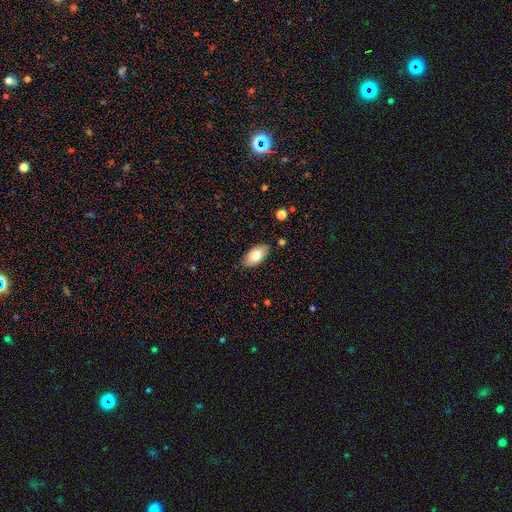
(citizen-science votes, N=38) Smooth or featured? 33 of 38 (87%) said smooth. How rounded? 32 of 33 (97%) said in between. Merging? 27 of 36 (75%) said none.